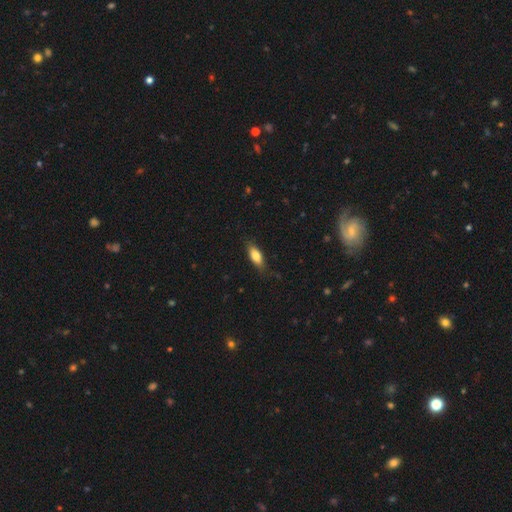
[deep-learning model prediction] smooth_or_featured: smooth (p=0.78) [alt: featured or disk p=0.15]
how_rounded: in between (p=0.74) [alt: cigar-shaped p=0.23]
merging: none (p=0.78) [alt: minor disturbance p=0.17]